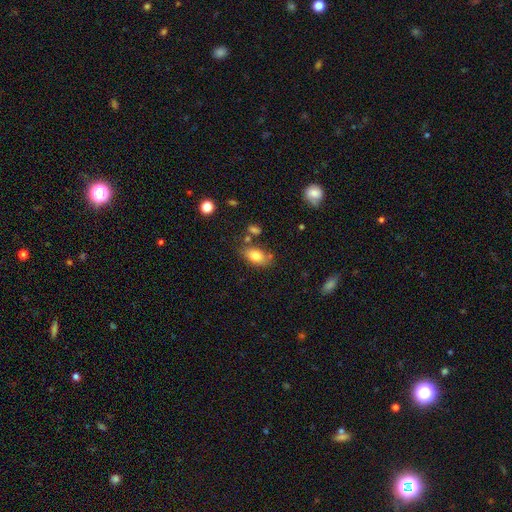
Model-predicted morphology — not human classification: Smooth or featured?
  - smooth: 79% *
  - featured or disk: 13%
  - star or artifact: 9%
How rounded?
  - in between: 88% *
  - round: 8%
  - cigar-shaped: 3%
Merging?
  - none: 71% *
  - minor disturbance: 16%
  - merger: 9%
  - major disturbance: 4%